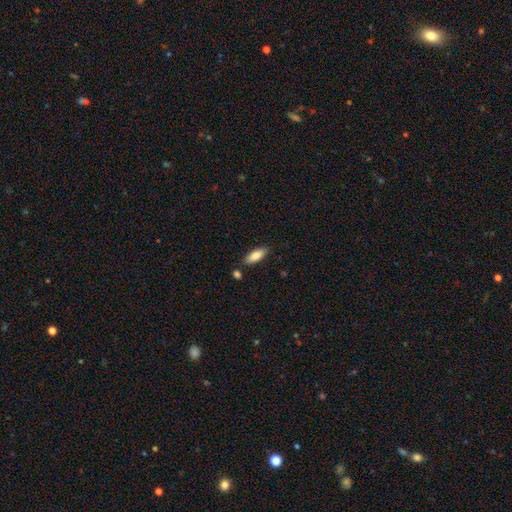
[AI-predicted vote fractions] A smooth galaxy with no disk features (83%) that is in between round and cigar-shaped (73%).

Vote fractions:
- Smooth or featured? smooth: 83% / featured or disk: 10% / star or artifact: 6%
- How rounded? in between: 73% / cigar-shaped: 25% / round: 2%
- Merging? none: 82% / minor disturbance: 11% / merger: 5% / major disturbance: 2%